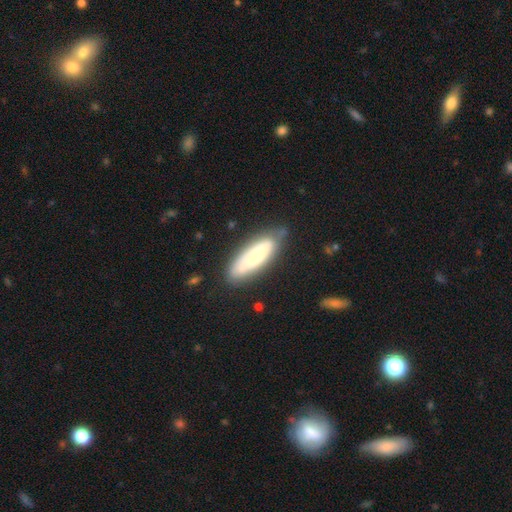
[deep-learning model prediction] Smooth or featured: smooth — 60% (featured or disk — 32%)
How rounded: in between — 50% (cigar-shaped — 49%)
Merging: none — 79% (minor disturbance — 15%)